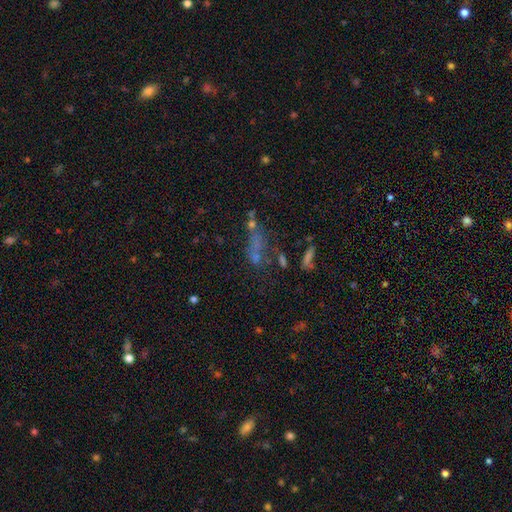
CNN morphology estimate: smooth-or-featured: smooth: 39% | star or artifact: 34% | featured or disk: 28%
  merging: none: 36% | merger: 31% | major disturbance: 20% | minor disturbance: 13%